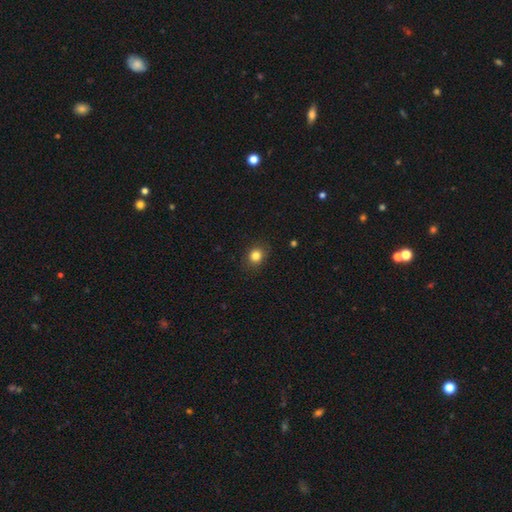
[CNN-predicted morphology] type=smooth (83%); roundness=round (64%); merging=none (86%).